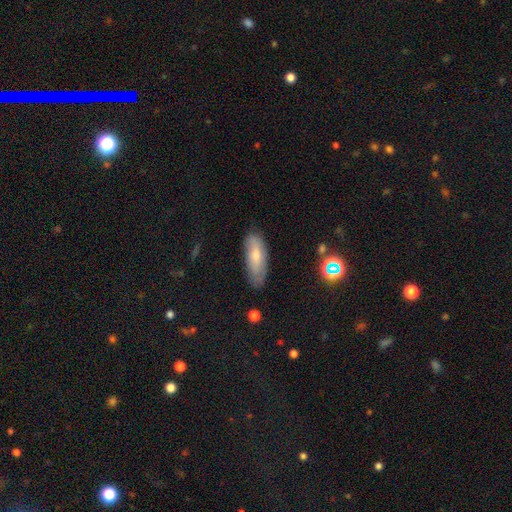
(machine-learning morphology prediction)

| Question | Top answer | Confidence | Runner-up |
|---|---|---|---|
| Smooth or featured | smooth | 68% | featured or disk (25%) |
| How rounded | in between | 66% | cigar-shaped (32%) |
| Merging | none | 71% | minor disturbance (22%) |